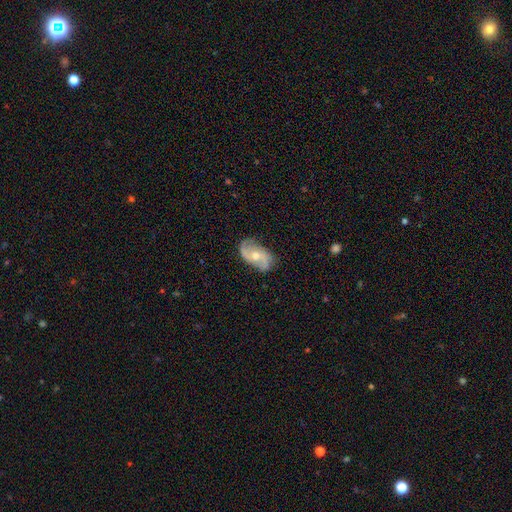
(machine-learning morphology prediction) Smooth or featured? featured or disk (79%)
Edge-on disk? no (95%)
Bar? no (60%)
Spiral arms? yes (92%)
Spiral winding? medium (41%, tied with loose)
Spiral arm count? 2 (86%)
Bulge size? moderate (64%)
Merging? none (77%)